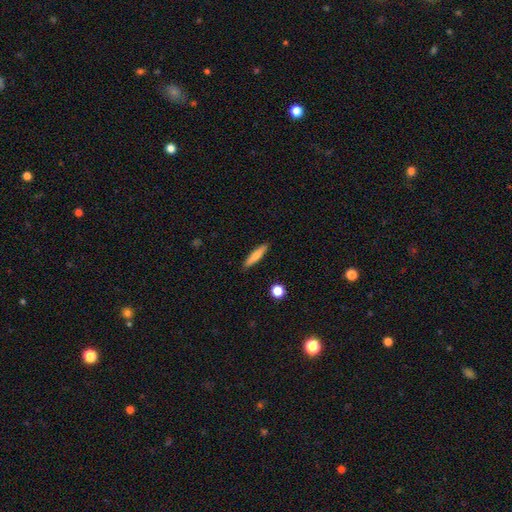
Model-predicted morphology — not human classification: Smooth or featured? smooth (72%)
How rounded? cigar-shaped (87%)
Merging? none (89%)